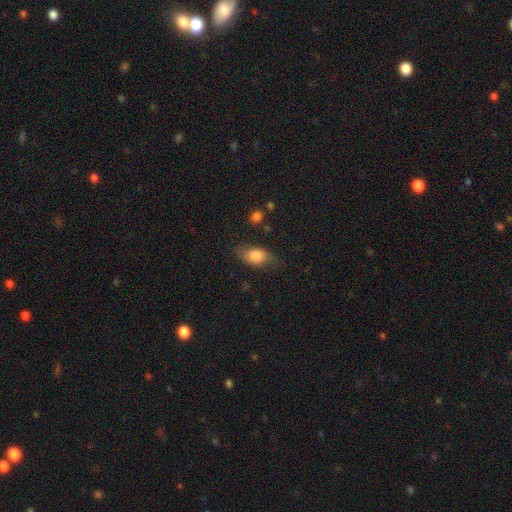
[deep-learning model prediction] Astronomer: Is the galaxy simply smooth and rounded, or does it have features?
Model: smooth — 76%.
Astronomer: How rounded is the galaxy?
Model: in between — 84%.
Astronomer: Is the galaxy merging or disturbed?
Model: none — 66%.